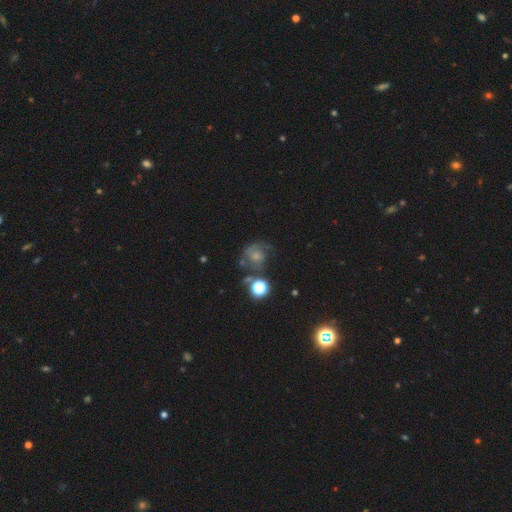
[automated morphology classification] The model was most divided on "smooth or featured": featured or disk: 44%, smooth: 40%, star or artifact: 17%. Remaining: merging — none (41%).